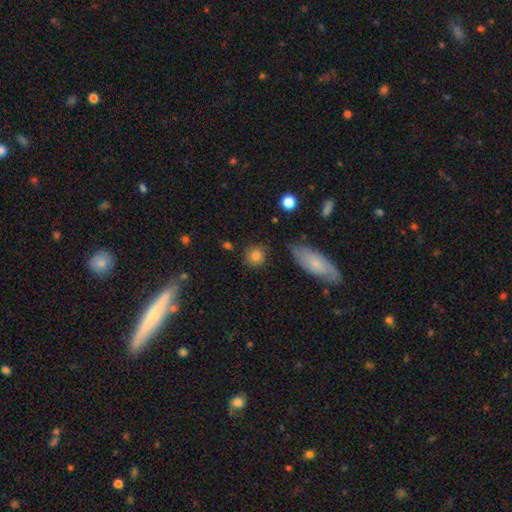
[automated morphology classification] Smooth or featured? Predicted: smooth (p=0.83). How rounded? Predicted: round (p=0.89). Merging? Predicted: none (p=0.83).